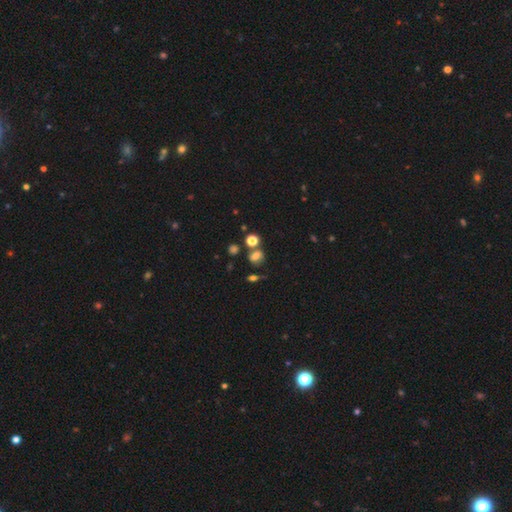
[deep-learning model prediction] Smooth or featured?
  - smooth: 66% *
  - star or artifact: 21%
  - featured or disk: 13%
How rounded?
  - round: 50% *
  - in between: 48%
  - cigar-shaped: 2%
Merging?
  - none: 58% *
  - merger: 19%
  - minor disturbance: 16%
  - major disturbance: 7%